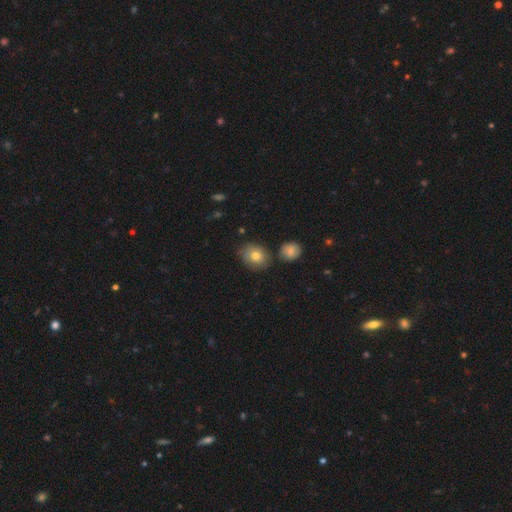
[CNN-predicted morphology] smooth_or_featured: smooth (p=0.78) [alt: featured or disk p=0.12]
how_rounded: round (p=0.52) [alt: in between p=0.47]
merging: none (p=0.75) [alt: minor disturbance p=0.14]